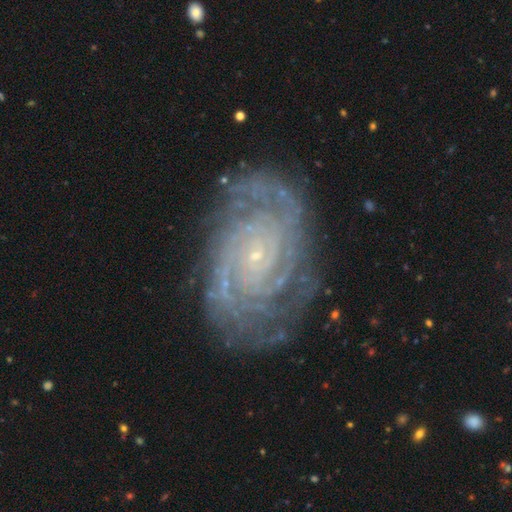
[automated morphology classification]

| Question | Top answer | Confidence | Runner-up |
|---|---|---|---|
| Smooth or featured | featured or disk | 89% | star or artifact (6%) |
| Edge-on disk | no | 97% | yes (3%) |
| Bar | no | 73% | weak (20%) |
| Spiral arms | yes | 98% | no (2%) |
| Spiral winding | tight | 79% | medium (18%) |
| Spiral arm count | can't tell | 23% | 2 (21%) |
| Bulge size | small | 89% | moderate (7%) |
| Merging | none | 79% | minor disturbance (14%) |